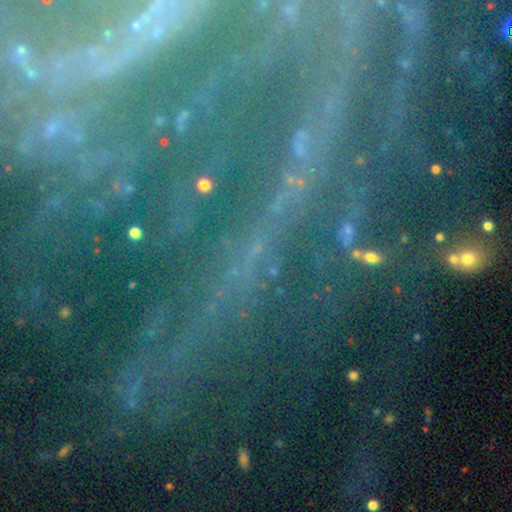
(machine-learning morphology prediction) star or artifact 78%, featured or disk 14%, smooth 8%.